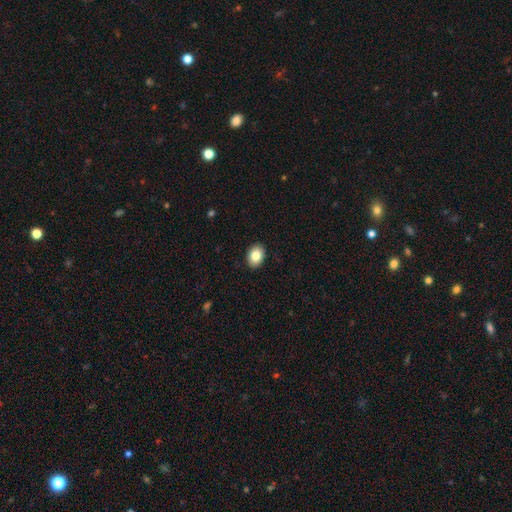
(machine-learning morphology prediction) Q: Smooth or featured?
A: smooth (84%); runner-up: star or artifact (8%)
Q: How rounded?
A: in between (71%); runner-up: round (28%)
Q: Merging?
A: none (91%); runner-up: minor disturbance (7%)